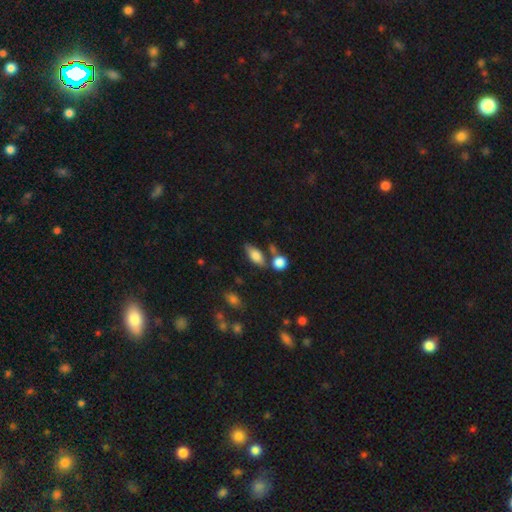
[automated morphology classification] Smooth or featured? smooth (78%)
How rounded? in between (84%)
Merging? none (64%)